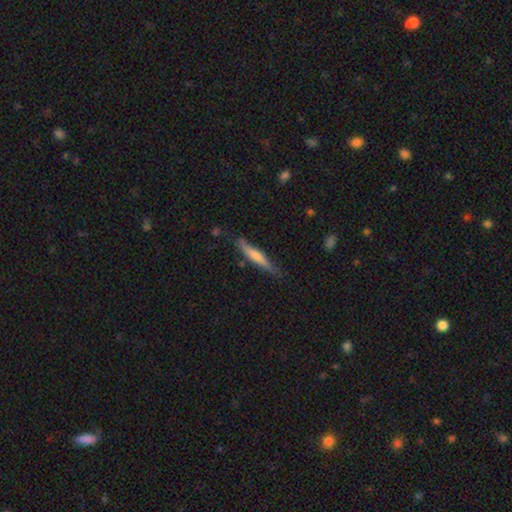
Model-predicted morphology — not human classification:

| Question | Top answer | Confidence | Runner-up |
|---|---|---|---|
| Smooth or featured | smooth | 54% | featured or disk (41%) |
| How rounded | cigar-shaped | 92% | in between (7%) |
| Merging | none | 78% | minor disturbance (17%) |